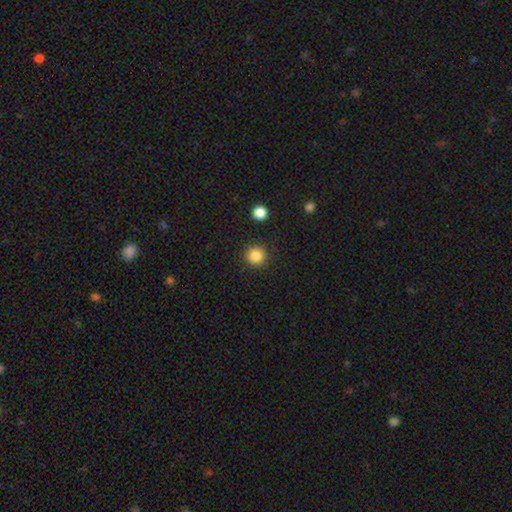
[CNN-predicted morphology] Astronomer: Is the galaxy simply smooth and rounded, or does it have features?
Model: smooth — 85%.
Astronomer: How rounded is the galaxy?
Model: round — 94%.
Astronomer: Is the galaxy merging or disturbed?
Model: none — 90%.